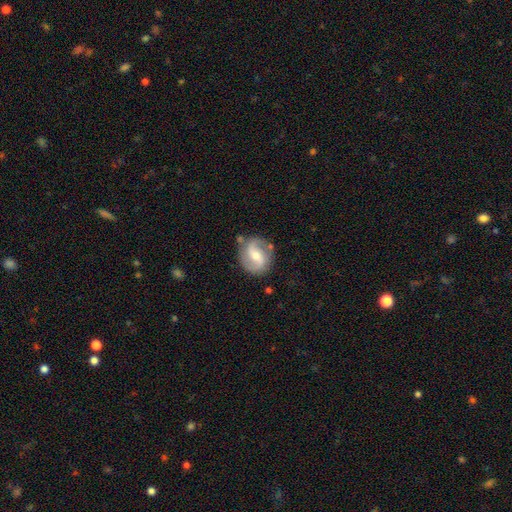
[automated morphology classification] Smooth or featured: featured or disk — 78% (smooth — 16%)
Edge-on disk: no — 97% (yes — 3%)
Bar: weak — 46% (strong — 28%)
Spiral arms: yes — 92% (no — 8%)
Spiral winding: medium — 48% (loose — 34%)
Spiral arm count: 2 — 90% (can't tell — 4%)
Bulge size: moderate — 51% (small — 43%)
Merging: none — 77% (minor disturbance — 15%)